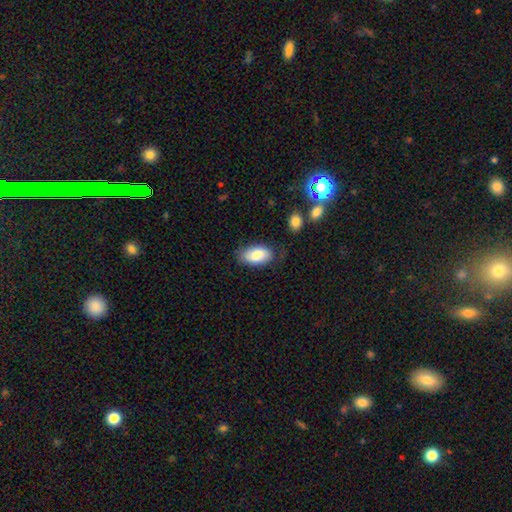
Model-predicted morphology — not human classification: smooth 81%, featured or disk 12%, star or artifact 6%. Down the decision tree: how rounded — in between (94%); merging — none (74%).